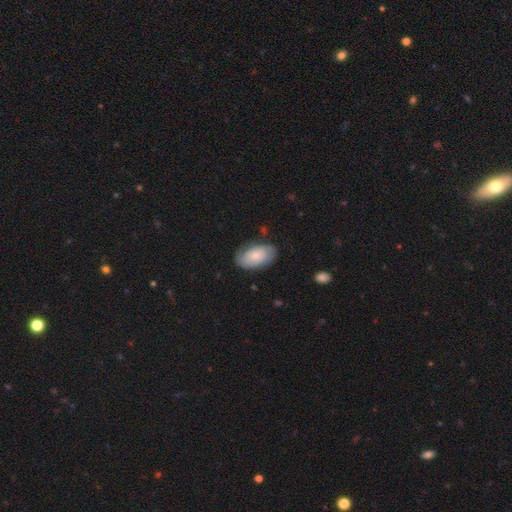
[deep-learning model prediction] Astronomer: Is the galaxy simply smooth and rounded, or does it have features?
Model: smooth — 61%.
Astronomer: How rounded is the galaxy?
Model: in between — 94%.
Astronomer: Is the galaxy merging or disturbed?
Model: none — 75%.